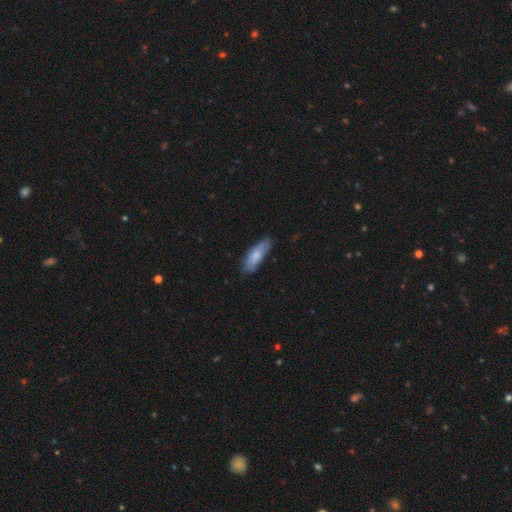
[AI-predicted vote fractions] smooth 68%, featured or disk 26%, star or artifact 6%. Down the decision tree: how rounded — in between (60%); merging — none (74%).